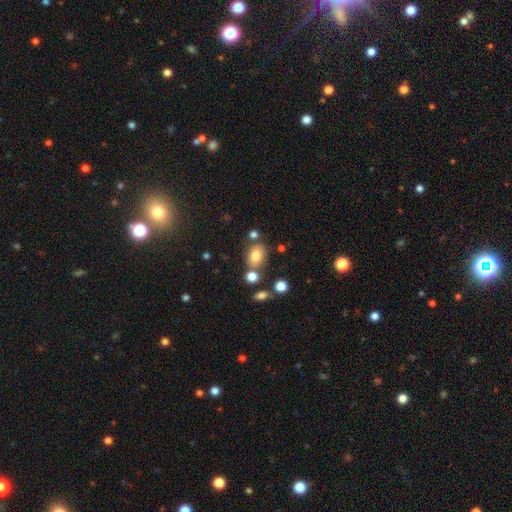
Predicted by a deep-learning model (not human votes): Q: Smooth or featured?
A: smooth (79%); runner-up: star or artifact (11%)
Q: How rounded?
A: in between (67%); runner-up: round (32%)
Q: Merging?
A: none (69%); runner-up: minor disturbance (14%)